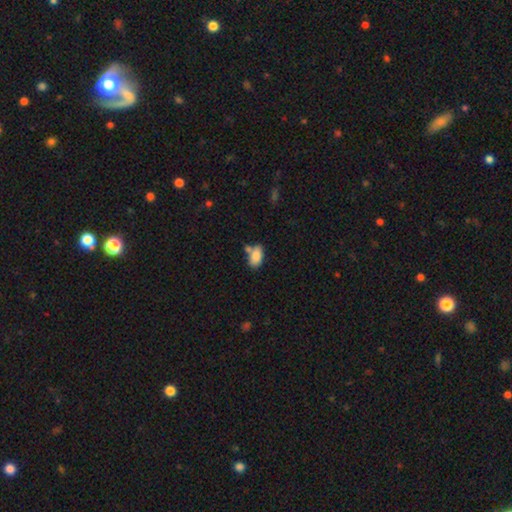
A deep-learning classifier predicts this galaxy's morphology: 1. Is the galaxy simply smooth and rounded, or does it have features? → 85% smooth, 8% featured or disk, 7% star or artifact.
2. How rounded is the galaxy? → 93% in between, 5% round, 2% cigar-shaped.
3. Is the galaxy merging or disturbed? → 59% none, 21% merger, 16% minor disturbance, 4% major disturbance.